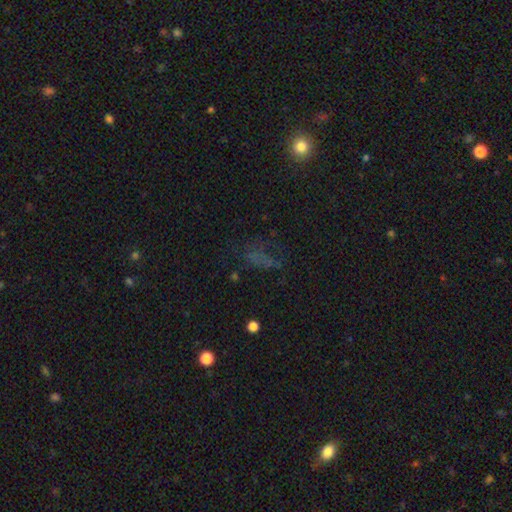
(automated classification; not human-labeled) The model was most divided on "smooth or featured": star or artifact: 47%, smooth: 33%, featured or disk: 19%.